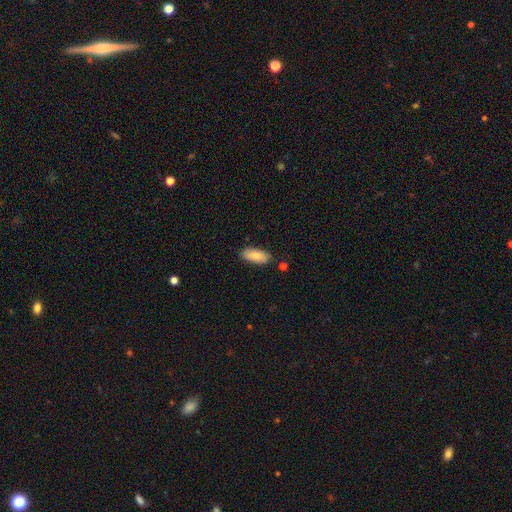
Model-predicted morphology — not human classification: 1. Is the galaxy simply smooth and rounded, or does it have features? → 81% smooth, 13% featured or disk, 6% star or artifact.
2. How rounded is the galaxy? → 84% in between, 14% cigar-shaped, 2% round.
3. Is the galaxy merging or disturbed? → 84% none, 11% minor disturbance, 2% merger, 2% major disturbance.